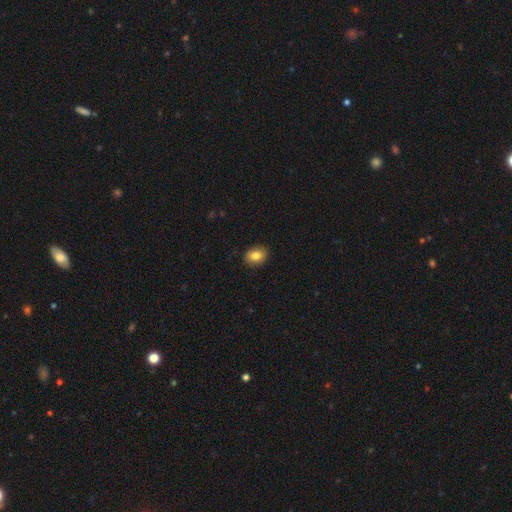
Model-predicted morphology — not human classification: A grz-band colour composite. It shows a smooth galaxy with no disk features (83%) that is in between round and cigar-shaped (59%). Merging: none (88%).